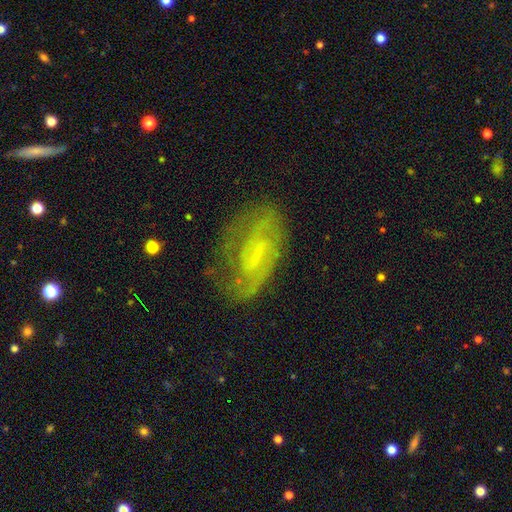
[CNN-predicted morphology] Overall: featured or disk (75%). Edge-on disk: no (95%). Bar: weak (52%; strong 25%). Spiral arms: yes (86%). Spiral arm count: 2 (51%; can't tell 28%). Spiral winding: tight (42%; medium 41%). Bulge size: none (42%; small 40%). Merging: none (64%).